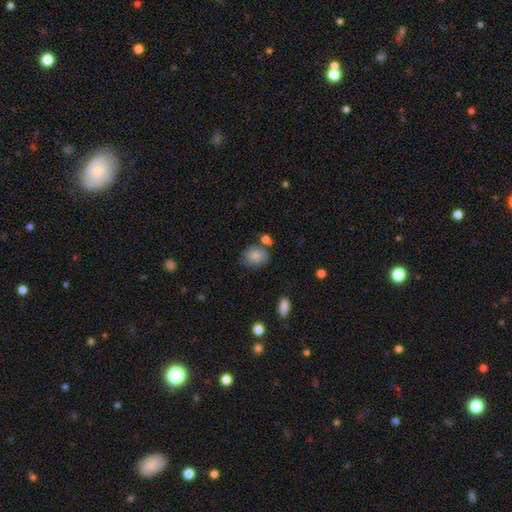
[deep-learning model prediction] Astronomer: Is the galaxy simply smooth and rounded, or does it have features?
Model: smooth — 83%.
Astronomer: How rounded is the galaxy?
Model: in between — 51% (runner-up: round, 47%).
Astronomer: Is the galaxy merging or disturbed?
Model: none — 64%.